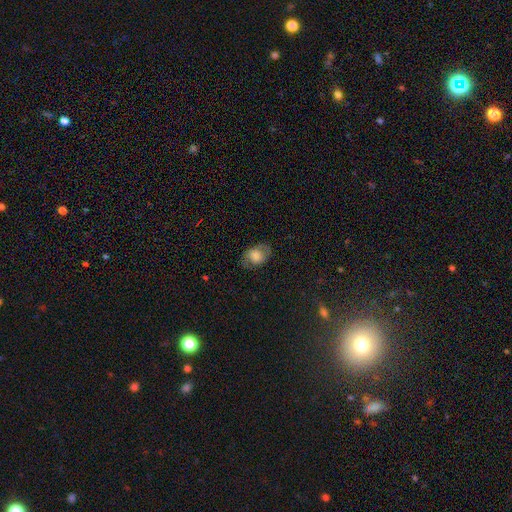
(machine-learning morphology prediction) Smooth or featured? smooth (56%)
How rounded? in between (73%)
Merging? none (68%)